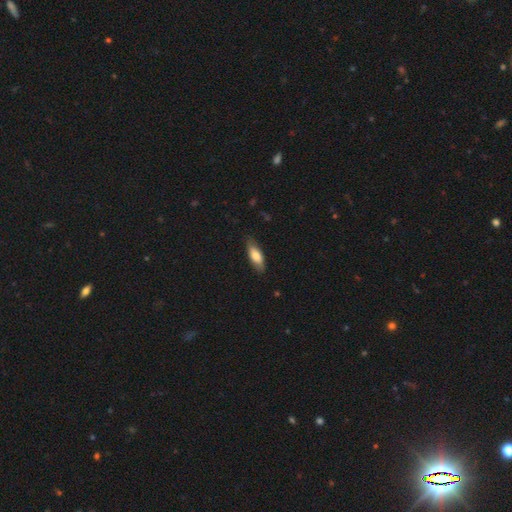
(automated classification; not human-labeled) The model was most divided on "how rounded": in between: 70%, cigar-shaped: 28%, round: 2%. More confident: merging — none (81%); smooth or featured — smooth (73%).